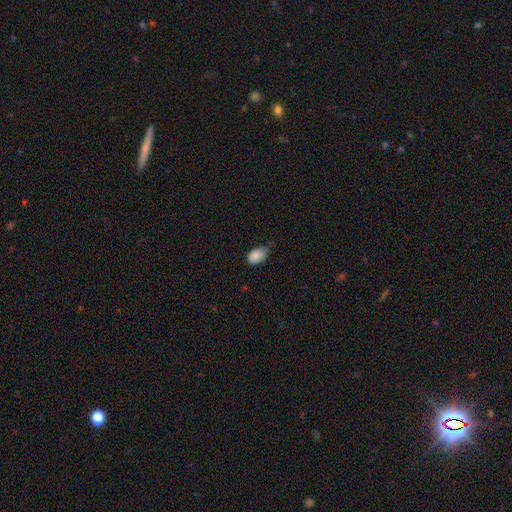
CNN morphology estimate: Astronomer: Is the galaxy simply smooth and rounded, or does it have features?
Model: smooth — 87%.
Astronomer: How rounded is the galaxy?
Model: in between — 85%.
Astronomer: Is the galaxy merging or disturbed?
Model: minor disturbance — 48% (runner-up: none, 40%).